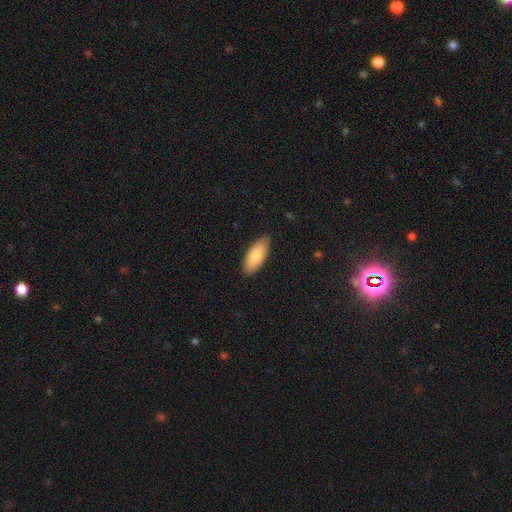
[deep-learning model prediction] A smooth galaxy with no disk features (81%) that is in between round and cigar-shaped (84%). Merging: none (86%).